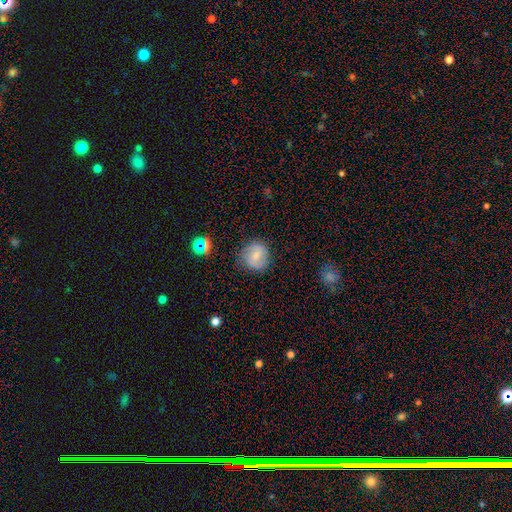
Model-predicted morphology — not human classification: A smooth galaxy with no disk features (58%) that is round (89%). Merging: none (81%).